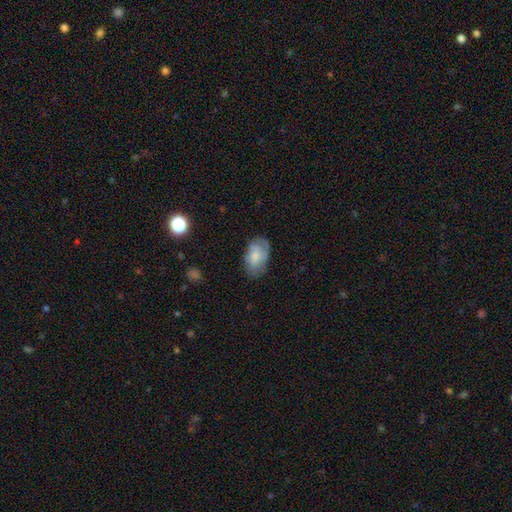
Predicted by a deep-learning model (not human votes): This appears to be a smooth galaxy with no disk features (69%) that is in between round and cigar-shaped (92%). Merging: none (65%).